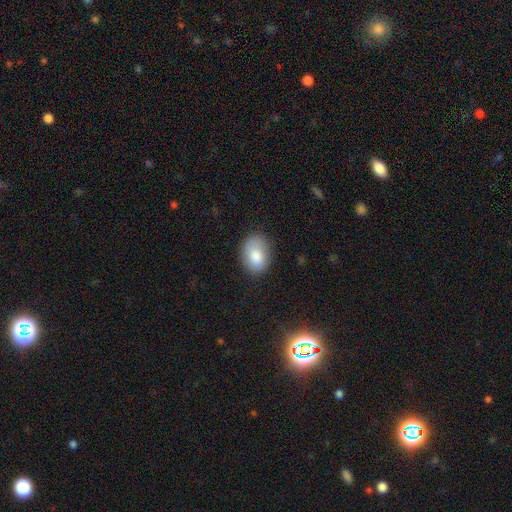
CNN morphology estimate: This appears to be a smooth galaxy with no disk features (84%) that is in between round and cigar-shaped (73%). Merging: none (77%).